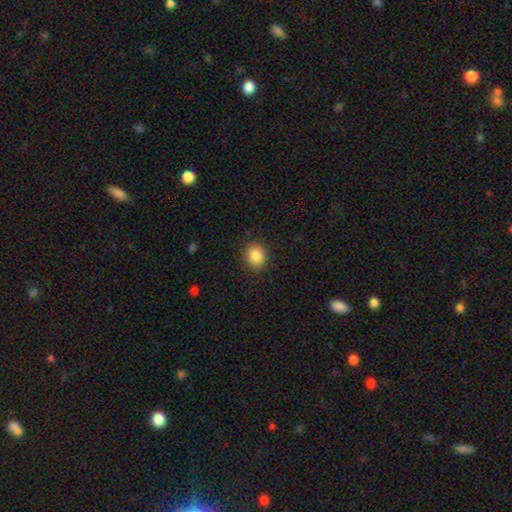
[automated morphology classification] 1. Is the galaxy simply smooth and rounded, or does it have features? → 86% smooth, 10% star or artifact, 5% featured or disk.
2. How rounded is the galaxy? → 76% round, 23% in between, 1% cigar-shaped.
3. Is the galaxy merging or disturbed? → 89% none, 8% minor disturbance, 2% major disturbance, 1% merger.